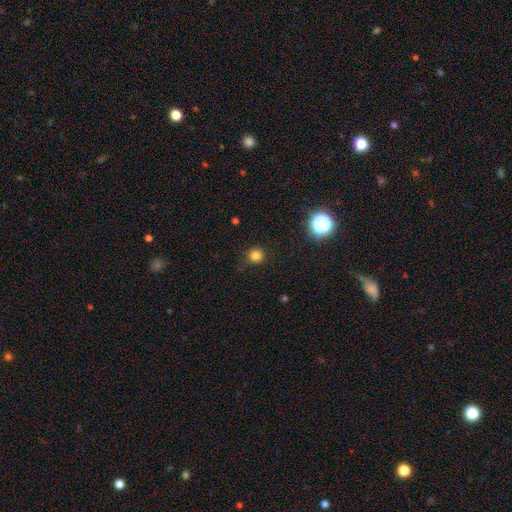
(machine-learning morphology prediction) smooth-or-featured: smooth: 80% | star or artifact: 16% | featured or disk: 4%
  how-rounded: round: 92% | in between: 7% | cigar-shaped: 1%
  merging: none: 85% | minor disturbance: 10% | major disturbance: 3% | merger: 1%